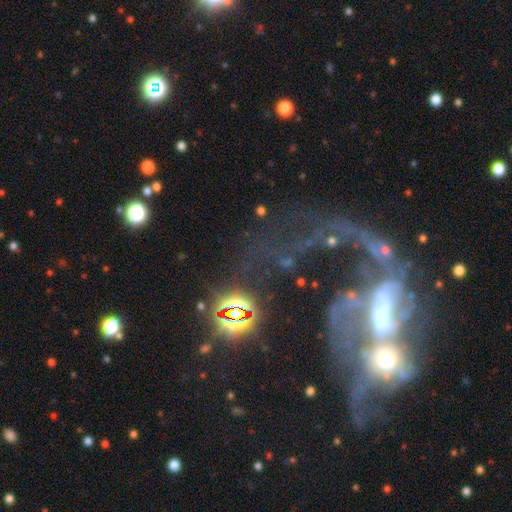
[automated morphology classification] This is likely a featured or disk galaxy (62%). It is clearly not viewed edge-on (93%). Bar: possibly no (55%). Spiral arm pattern: possibly yes (60%). Central bulge: possibly moderate (46%). Merging: likely merger (65%).